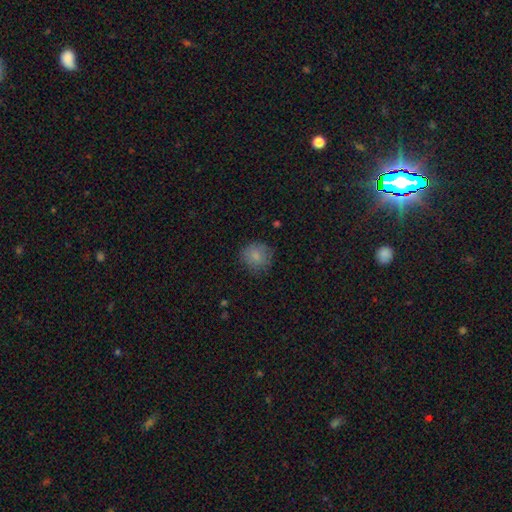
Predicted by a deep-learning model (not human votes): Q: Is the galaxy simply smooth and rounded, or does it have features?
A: smooth — 83%.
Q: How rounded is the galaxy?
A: round — 87%.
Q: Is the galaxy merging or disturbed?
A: none — 77%.